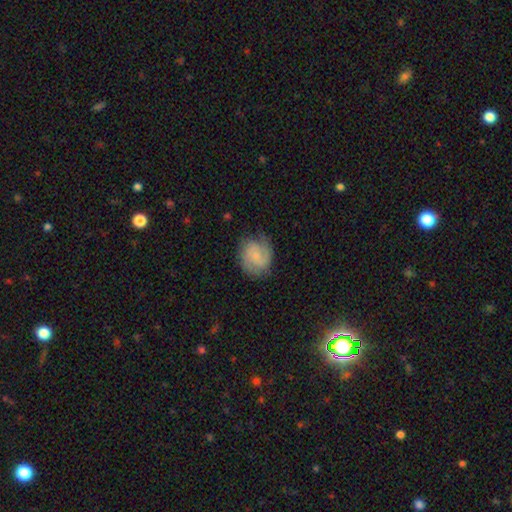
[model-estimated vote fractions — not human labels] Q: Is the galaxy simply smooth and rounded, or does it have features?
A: featured or disk — 55%.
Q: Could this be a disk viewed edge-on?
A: no — 98%.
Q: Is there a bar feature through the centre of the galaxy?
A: no — 61%.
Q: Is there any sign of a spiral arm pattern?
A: yes — 89%.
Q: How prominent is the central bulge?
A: small — 68%.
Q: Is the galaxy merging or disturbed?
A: none — 70%.